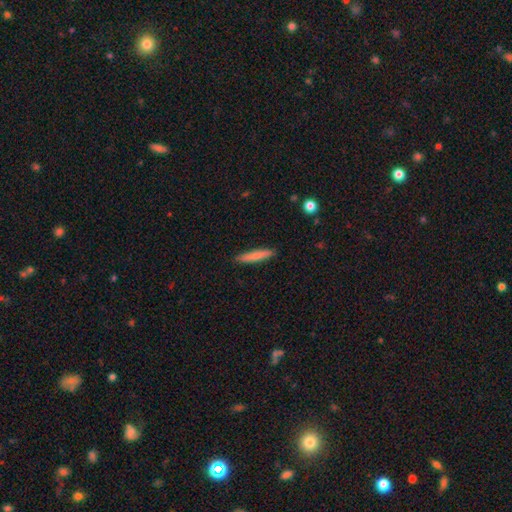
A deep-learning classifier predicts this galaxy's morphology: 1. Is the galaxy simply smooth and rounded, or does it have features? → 79% smooth, 15% featured or disk, 6% star or artifact.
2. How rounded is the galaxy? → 92% cigar-shaped, 7% in between, 1% round.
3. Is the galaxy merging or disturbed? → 89% none, 8% minor disturbance, 2% major disturbance, 1% merger.